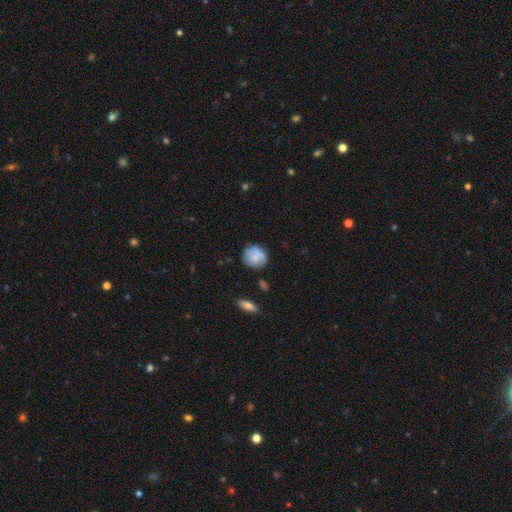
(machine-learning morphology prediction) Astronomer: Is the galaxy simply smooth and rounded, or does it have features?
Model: smooth — 75%.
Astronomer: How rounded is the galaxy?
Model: round — 84%.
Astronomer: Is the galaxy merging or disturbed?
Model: none — 71%.